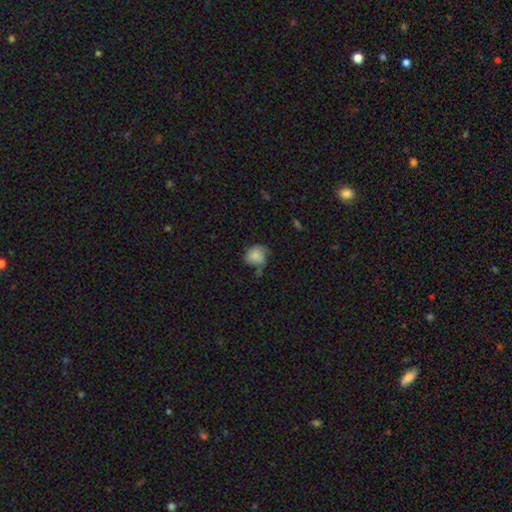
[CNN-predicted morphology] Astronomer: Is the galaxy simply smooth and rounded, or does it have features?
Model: smooth — 74%.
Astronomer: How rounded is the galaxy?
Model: round — 63%.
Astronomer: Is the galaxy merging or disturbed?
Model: none — 40% (runner-up: minor disturbance, 36%).